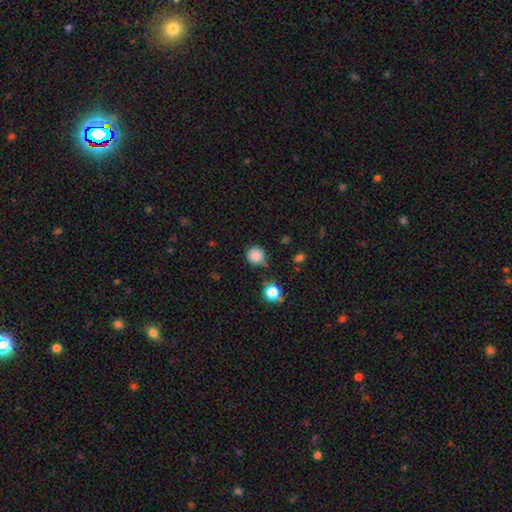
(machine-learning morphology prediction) smooth_or_featured: smooth (p=0.85) [alt: star or artifact p=0.12]
how_rounded: round (p=0.92) [alt: in between p=0.07]
merging: none (p=0.76) [alt: minor disturbance p=0.16]